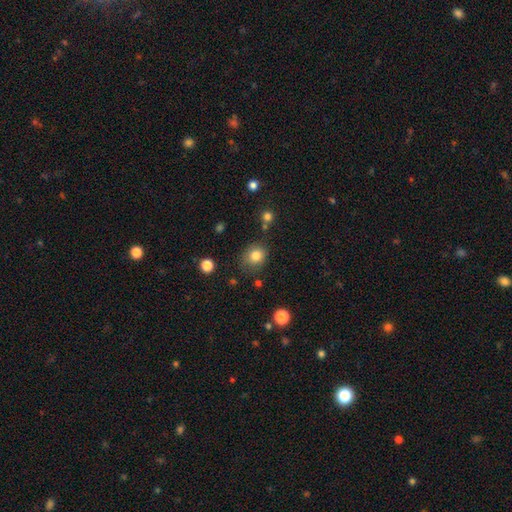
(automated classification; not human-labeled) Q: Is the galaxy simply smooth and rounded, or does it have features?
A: smooth — 82%.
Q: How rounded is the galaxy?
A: round — 72%.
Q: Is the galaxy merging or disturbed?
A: none — 76%.